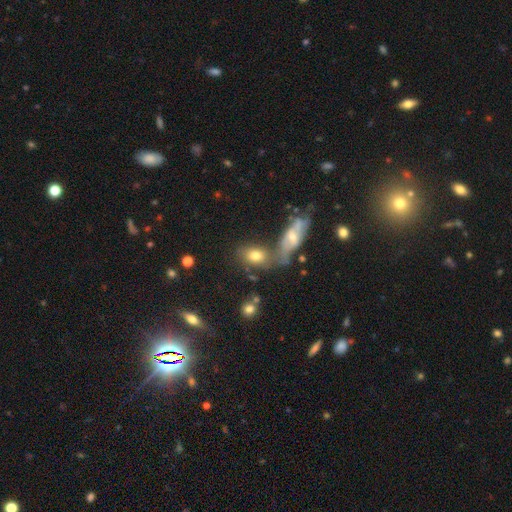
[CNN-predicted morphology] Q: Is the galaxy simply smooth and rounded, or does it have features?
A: smooth — 72%.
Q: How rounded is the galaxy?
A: in between — 78%.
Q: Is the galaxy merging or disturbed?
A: none — 51%.